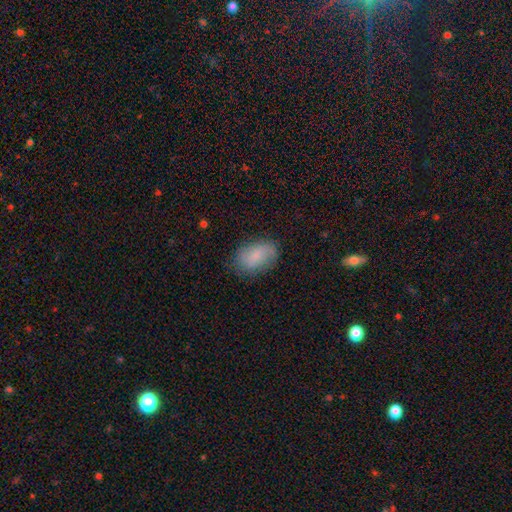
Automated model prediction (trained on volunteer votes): smooth 73%, featured or disk 19%, star or artifact 8%. Down the decision tree: how rounded — in between (89%); merging — none (72%).